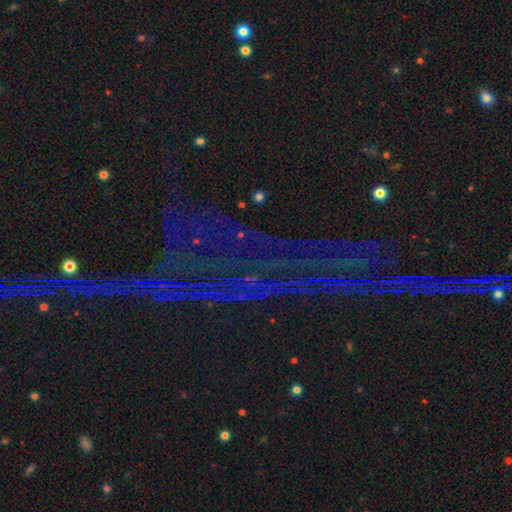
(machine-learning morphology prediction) type=star or artifact (83%).